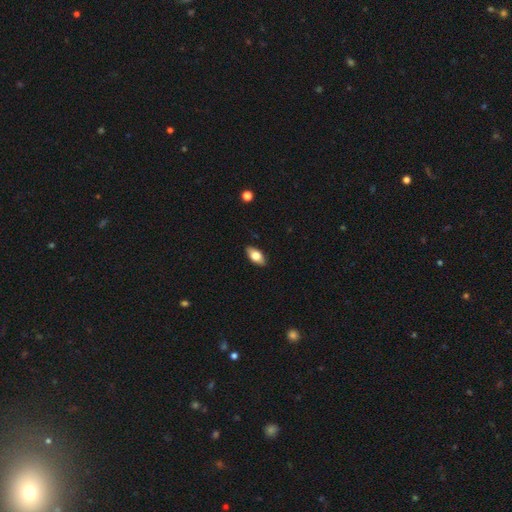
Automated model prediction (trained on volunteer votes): A smooth galaxy with no disk features (72%) that is in between round and cigar-shaped (90%). Merging: none (87%).